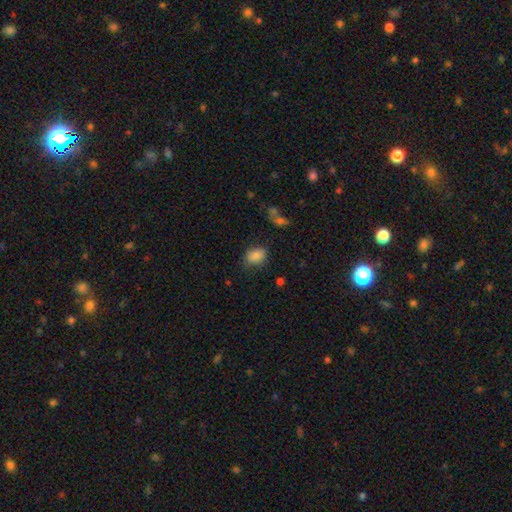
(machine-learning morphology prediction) Smooth or featured? smooth (84%)
How rounded? in between (66%)
Merging? none (72%)